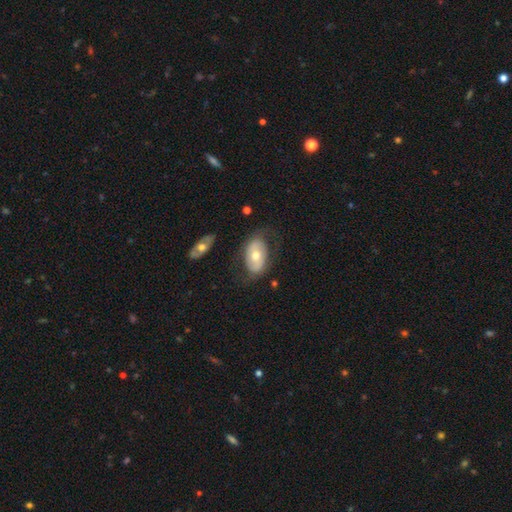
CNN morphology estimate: smooth_or_featured: featured or disk (p=0.49) [alt: smooth p=0.46]
merging: none (p=0.65) [alt: minor disturbance p=0.21]